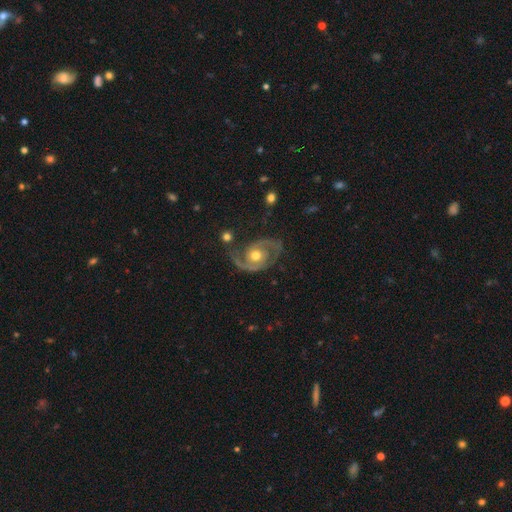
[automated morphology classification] type=featured or disk (89%); edge-on=no (97%); bar=no (75%); spiral arms=yes (96%); winding=medium (52%); arm count=2 (90%); bulge=moderate (78%); merging=none (70%).